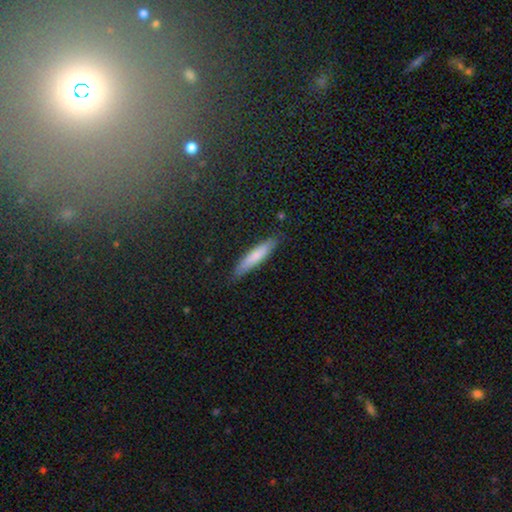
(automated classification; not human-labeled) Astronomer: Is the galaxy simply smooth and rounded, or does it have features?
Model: smooth — 72%.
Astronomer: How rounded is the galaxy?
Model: cigar-shaped — 86%.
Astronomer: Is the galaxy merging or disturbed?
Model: none — 85%.